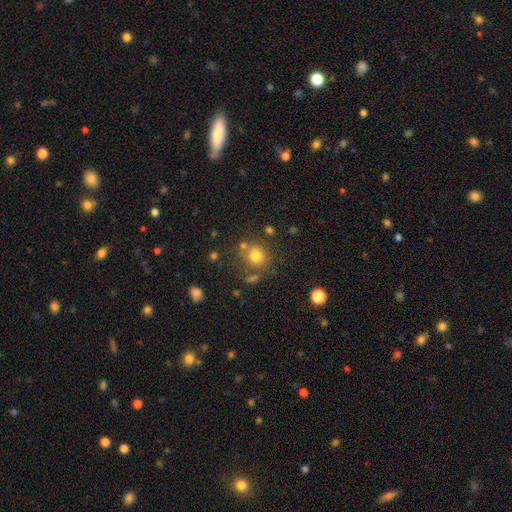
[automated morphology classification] This is likely a smooth galaxy (76%). How rounded: likely round (76%). Merging: likely none (69%).